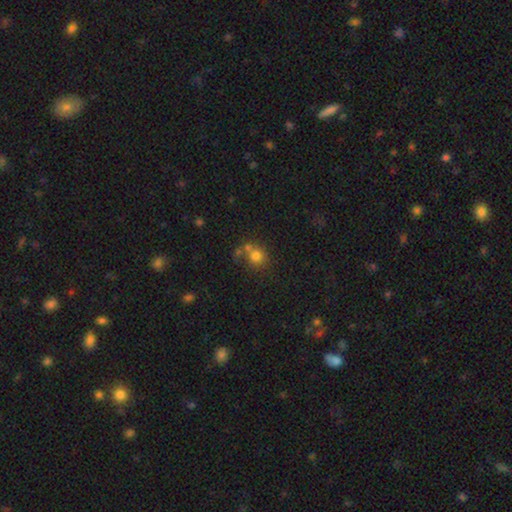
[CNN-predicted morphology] smooth 75%, star or artifact 14%, featured or disk 11%. Down the decision tree: how rounded — round (83%); merging — none (51%).